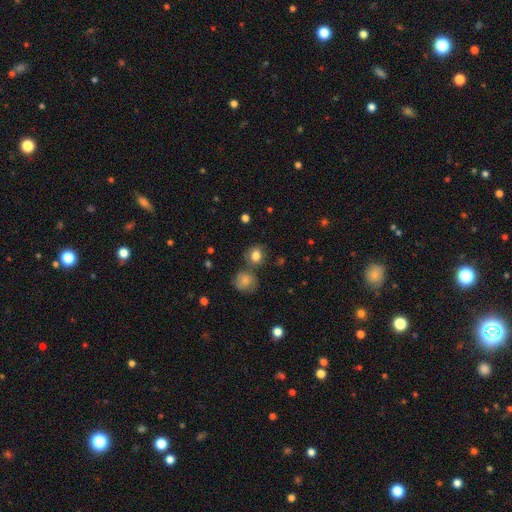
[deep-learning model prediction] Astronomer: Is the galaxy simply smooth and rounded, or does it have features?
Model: smooth — 82%.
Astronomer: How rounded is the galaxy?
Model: round — 72%.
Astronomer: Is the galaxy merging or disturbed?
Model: none — 69%.